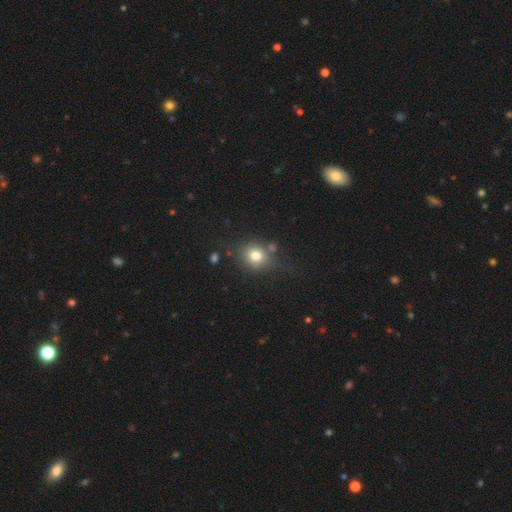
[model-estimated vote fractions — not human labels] This is likely a smooth galaxy (77%). How rounded: likely round (70%). Merging: likely none (69%).